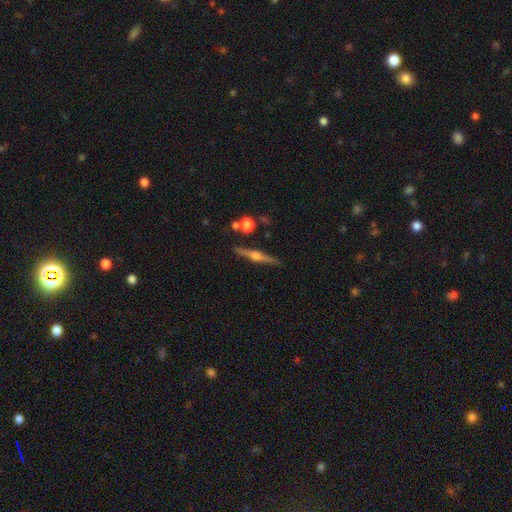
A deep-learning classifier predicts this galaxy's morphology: This appears to be a featured or disk galaxy (77%) viewed edge-on (98%) with a rounded central bulge (91%). Merging: none (89%).